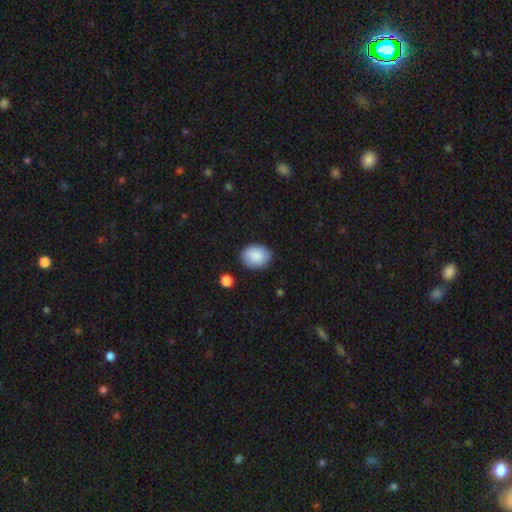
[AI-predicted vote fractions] This appears to be a smooth galaxy with no disk features (88%) that is in between round and cigar-shaped (63%). Merging: none (85%).